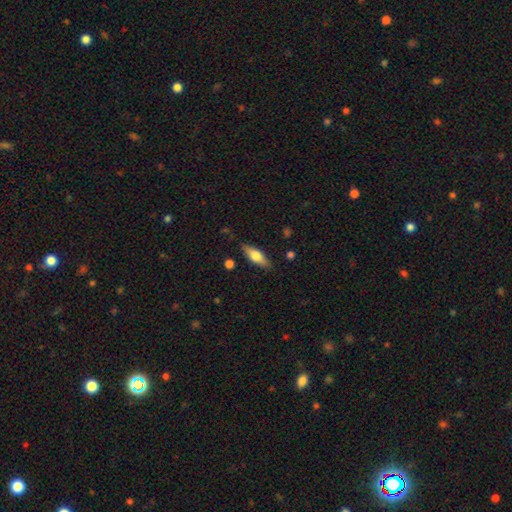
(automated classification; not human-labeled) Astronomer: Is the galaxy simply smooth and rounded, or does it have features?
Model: smooth — 63%.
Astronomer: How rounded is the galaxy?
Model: in between — 61%.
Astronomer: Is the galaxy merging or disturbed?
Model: none — 85%.